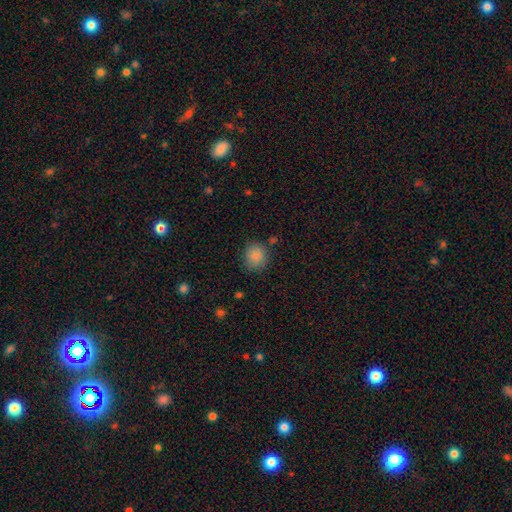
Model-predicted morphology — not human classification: Smooth or featured? smooth (85%)
How rounded? round (79%)
Merging? none (78%)